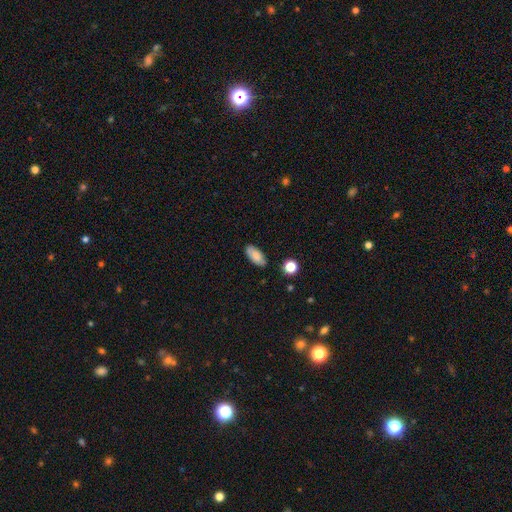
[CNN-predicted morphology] The model was most divided on "smooth or featured": smooth: 82%, featured or disk: 11%, star or artifact: 8%. More confident: how rounded — in between (88%); merging — none (83%).